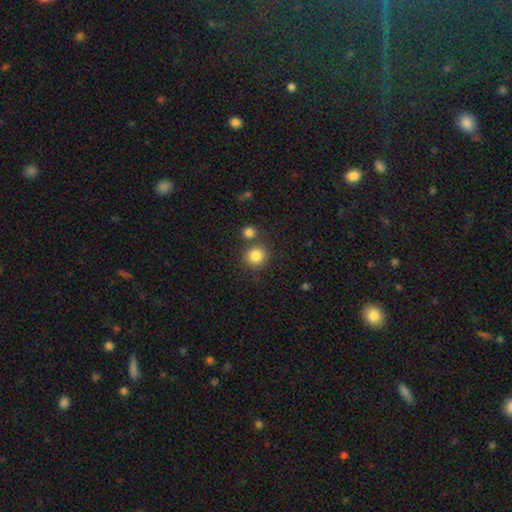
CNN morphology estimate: This is clearly a smooth galaxy (84%). How rounded: clearly round (88%). Merging: likely none (73%).